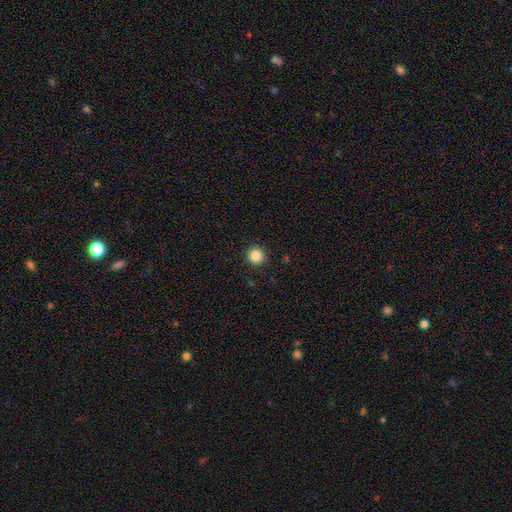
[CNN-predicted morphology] smooth_or_featured: smooth (p=0.86) [alt: star or artifact p=0.10]
how_rounded: round (p=0.94) [alt: in between p=0.05]
merging: none (p=0.93) [alt: minor disturbance p=0.05]